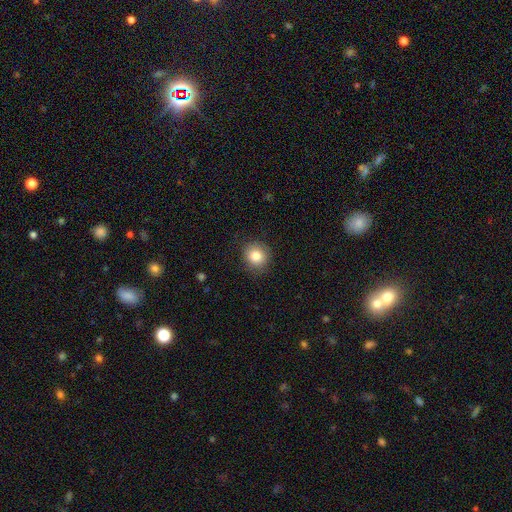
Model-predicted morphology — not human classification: A smooth galaxy with no disk features (83%) that is round (87%).

Vote fractions:
- Smooth or featured? smooth: 83% / star or artifact: 9% / featured or disk: 7%
- How rounded? round: 87% / in between: 12% / cigar-shaped: 1%
- Merging? none: 87% / minor disturbance: 10% / major disturbance: 3% / merger: 1%